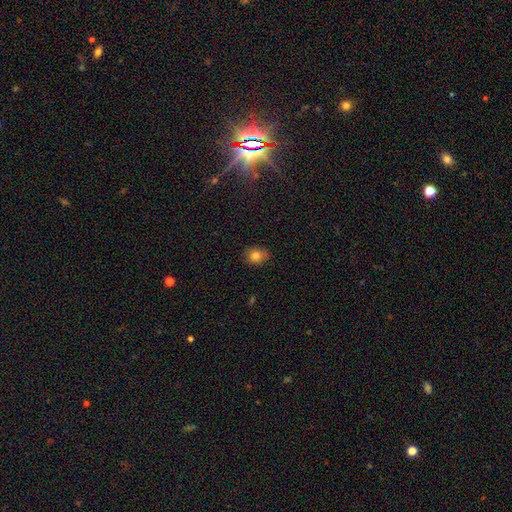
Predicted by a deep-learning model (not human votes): smooth 81%, star or artifact 12%, featured or disk 8%. Down the decision tree: how rounded — round (58%); merging — none (80%).